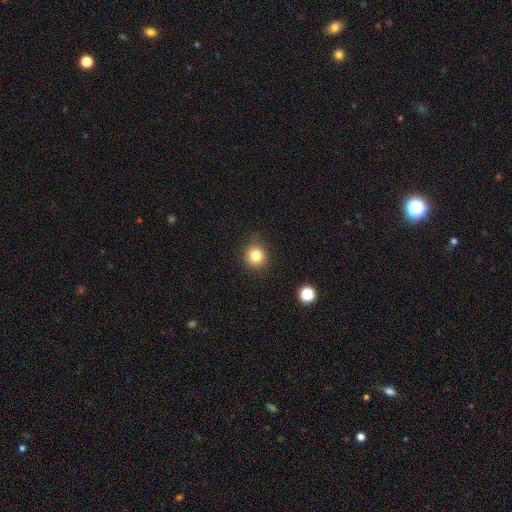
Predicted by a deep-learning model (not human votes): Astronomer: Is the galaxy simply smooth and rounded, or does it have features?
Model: smooth — 82%.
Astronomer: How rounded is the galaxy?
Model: round — 91%.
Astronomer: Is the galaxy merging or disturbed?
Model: none — 85%.